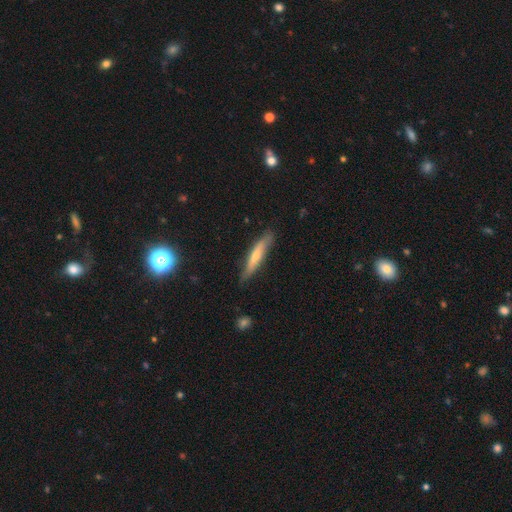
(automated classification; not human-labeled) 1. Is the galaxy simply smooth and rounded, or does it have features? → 48% smooth, 44% featured or disk, 7% star or artifact.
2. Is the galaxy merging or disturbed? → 82% none, 14% minor disturbance, 2% major disturbance, 1% merger.